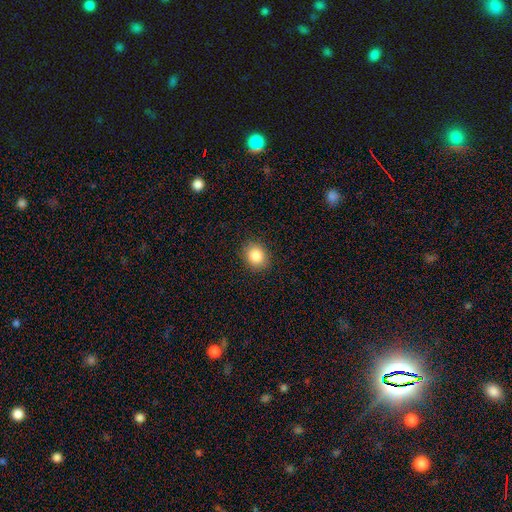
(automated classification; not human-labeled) Smooth or featured: smooth — 85% (star or artifact — 10%)
How rounded: round — 66% (in between — 33%)
Merging: none — 89% (minor disturbance — 8%)